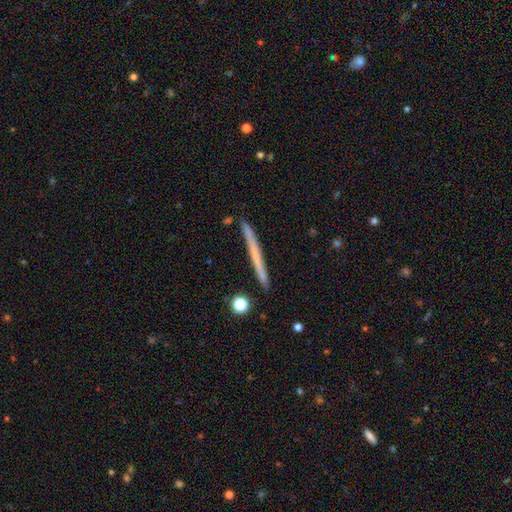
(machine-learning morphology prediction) Smooth or featured: smooth — 51% (featured or disk — 43%)
How rounded: cigar-shaped — 97% (in between — 2%)
Merging: none — 90% (minor disturbance — 7%)